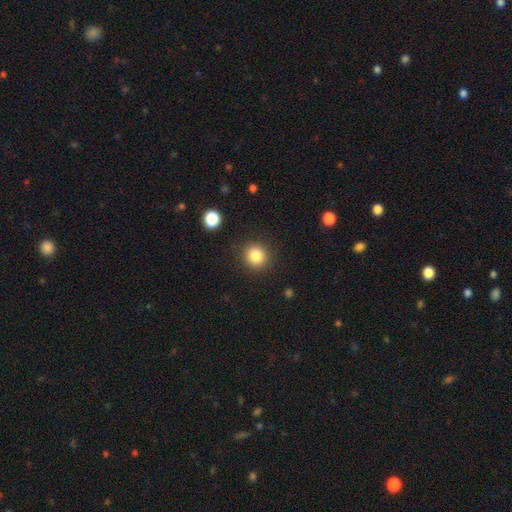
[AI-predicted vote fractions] Smooth or featured: smooth — 84% (star or artifact — 11%)
How rounded: round — 91% (in between — 8%)
Merging: none — 89% (minor disturbance — 7%)